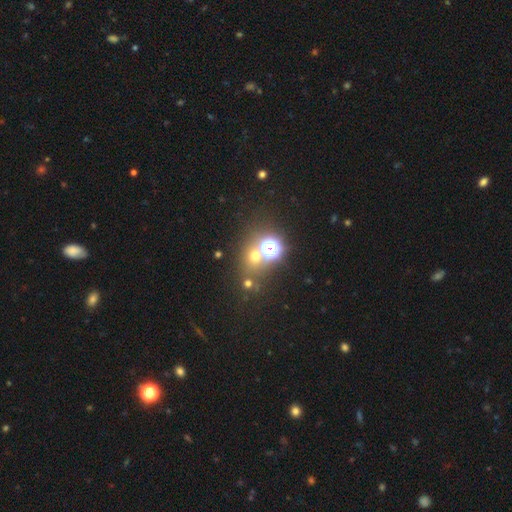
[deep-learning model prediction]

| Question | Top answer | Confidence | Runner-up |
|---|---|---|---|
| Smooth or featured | smooth | 49% | star or artifact (41%) |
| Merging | none | 66% | merger (19%) |